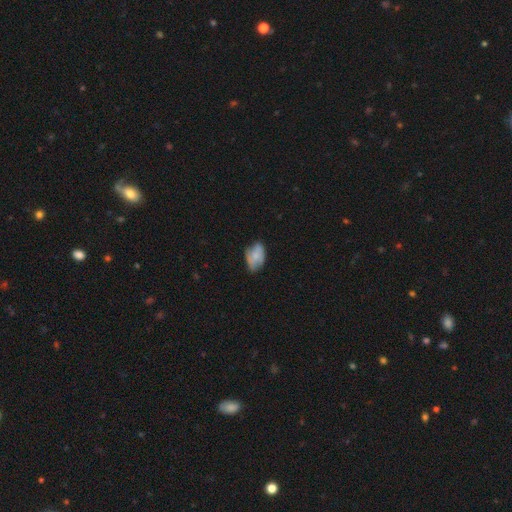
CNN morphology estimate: A smooth galaxy with no disk features (68%) that is in between round and cigar-shaped (88%).

Vote fractions:
- Smooth or featured? smooth: 68% / featured or disk: 24% / star or artifact: 8%
- How rounded? in between: 88% / round: 10% / cigar-shaped: 2%
- Merging? none: 57% / minor disturbance: 34% / major disturbance: 8% / merger: 2%